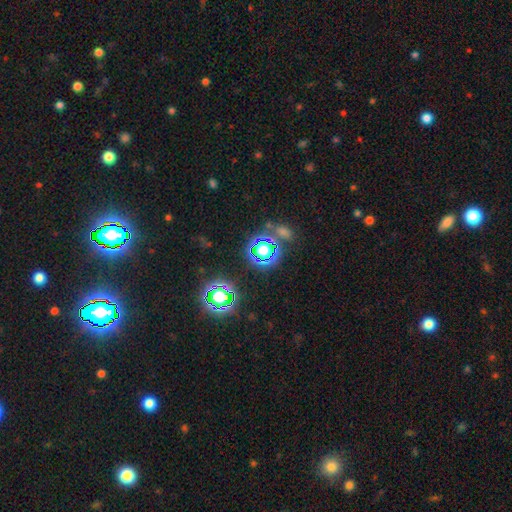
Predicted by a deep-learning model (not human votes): A star or artifact, not a galaxy (65%).